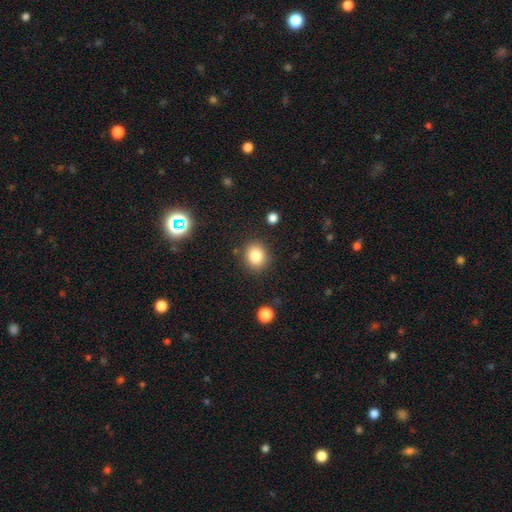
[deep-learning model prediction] This appears to be a smooth galaxy with no disk features (83%) that is round (77%). Merging: none (86%).